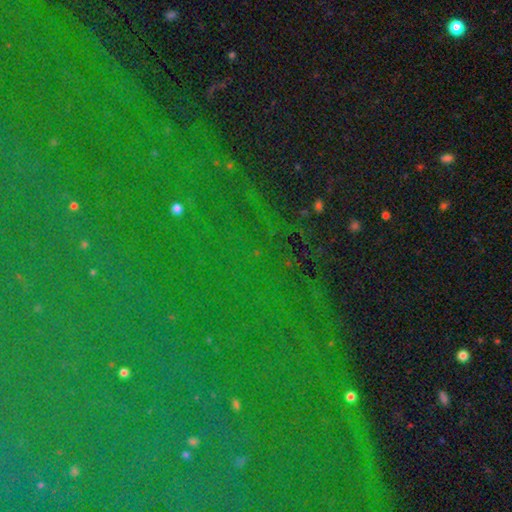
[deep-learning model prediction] A star or artifact, not a galaxy (84%).